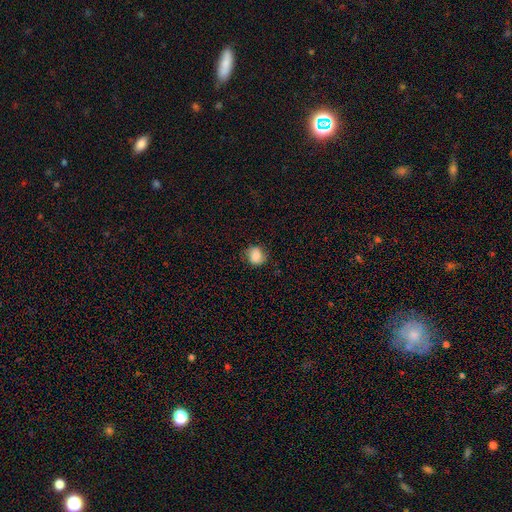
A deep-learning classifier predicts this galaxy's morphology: The model was most divided on "how rounded": round: 70%, in between: 29%, cigar-shaped: 1%. More confident: smooth or featured — smooth (79%); merging — none (75%).